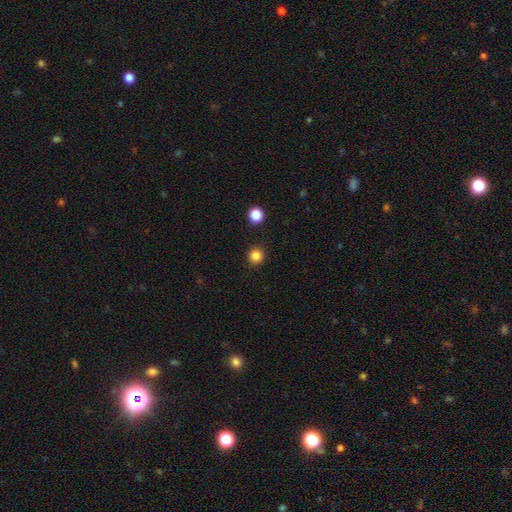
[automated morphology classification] The model was most divided on "smooth or featured": smooth: 84%, star or artifact: 12%, featured or disk: 3%. More confident: how rounded — round (95%); merging — none (93%).